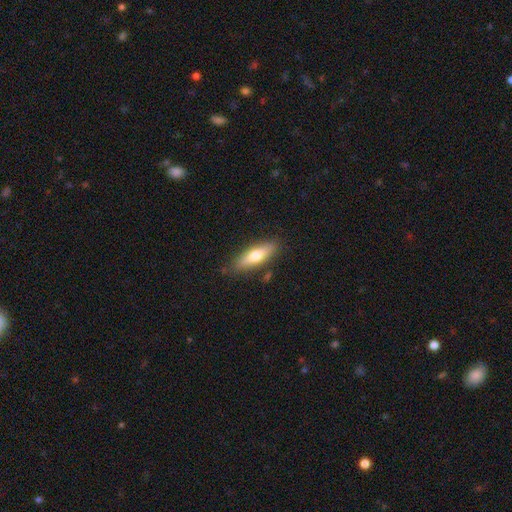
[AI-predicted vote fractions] This appears to be a smooth galaxy with no disk features (65%) that is cigar-shaped (54%). Merging: none (83%).